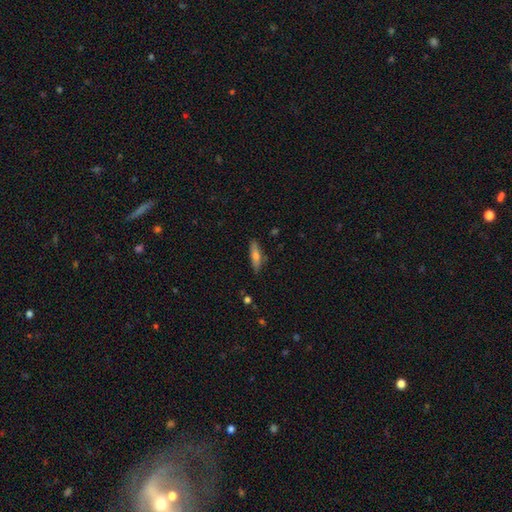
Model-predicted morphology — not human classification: Overall: smooth (62%; featured or disk 30%). How rounded: cigar-shaped (68%; in between 30%). Merging: none (83%).